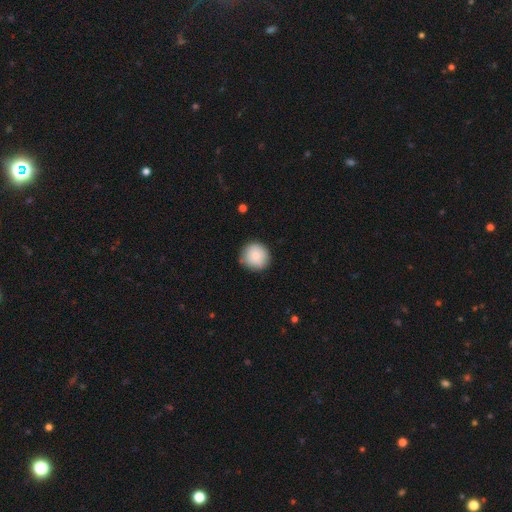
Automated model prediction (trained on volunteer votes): Smooth or featured? smooth (85%)
How rounded? round (93%)
Merging? none (84%)